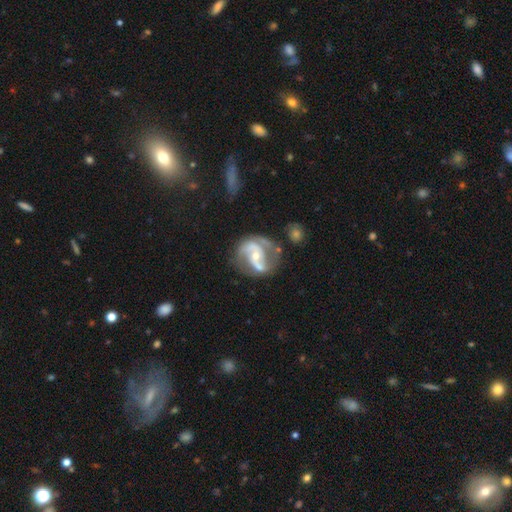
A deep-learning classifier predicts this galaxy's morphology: This appears to be a featured or disk galaxy (85%) with no bar (42%), 2 (84%) medium (50%) spiral arms (92%) and a small central bulge (49%). Merging: none (56%).